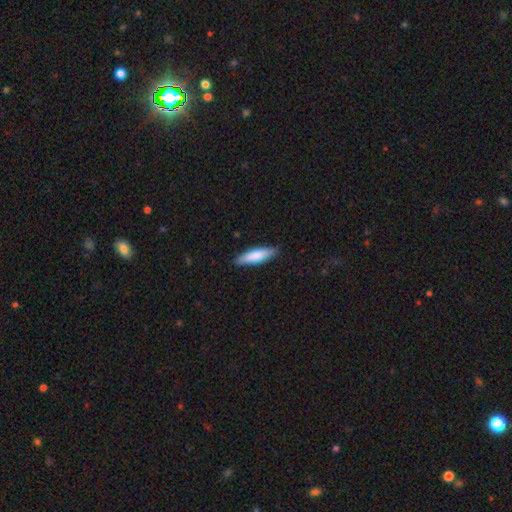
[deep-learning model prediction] A smooth galaxy with no disk features (76%) that is cigar-shaped (67%). Merging: none (86%).